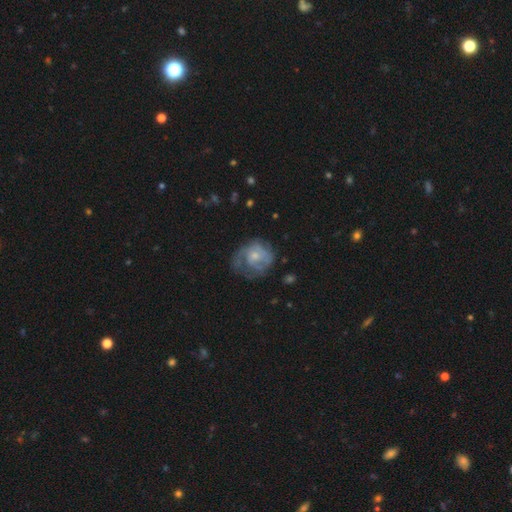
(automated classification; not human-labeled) Smooth or featured?
  - featured or disk: 62% *
  - smooth: 31%
  - star or artifact: 7%
Edge-on disk?
  - no: 98% *
  - yes: 2%
Bar?
  - no: 80% *
  - weak: 18%
  - strong: 2%
Spiral arms?
  - yes: 67% *
  - no: 33%
Bulge size?
  - small: 55% *
  - moderate: 35%
  - none: 6%
  - large: 3%
  - dominant: 1%
Merging?
  - none: 47% *
  - major disturbance: 26%
  - minor disturbance: 25%
  - merger: 2%